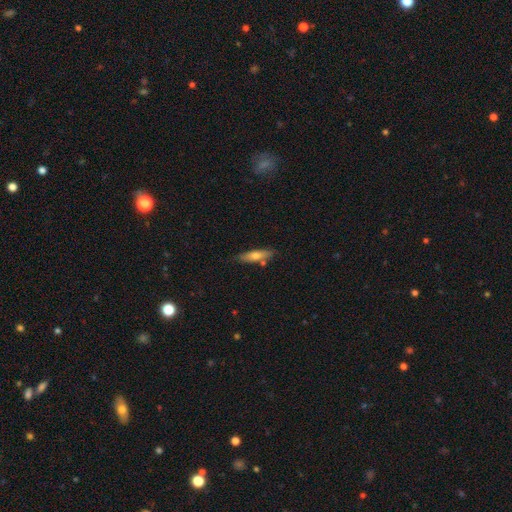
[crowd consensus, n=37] Smooth or featured: smooth — 68% (featured or disk — 30%)
How rounded: cigar-shaped — 52% (in between — 48%)
Merging: none — 86% (minor disturbance — 11%)